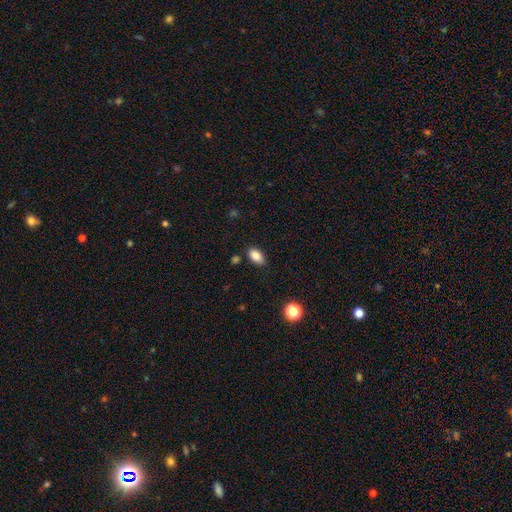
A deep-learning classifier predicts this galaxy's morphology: The model was most divided on "merging": none: 84%, minor disturbance: 11%, major disturbance: 3%, merger: 2%. More confident: how rounded — in between (92%); smooth or featured — smooth (86%).